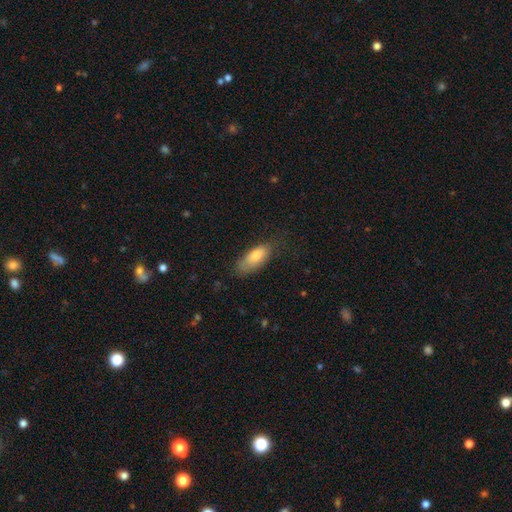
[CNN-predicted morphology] Smooth or featured?
  - smooth: 77% *
  - featured or disk: 17%
  - star or artifact: 7%
How rounded?
  - in between: 80% *
  - cigar-shaped: 18%
  - round: 2%
Merging?
  - none: 64% *
  - minor disturbance: 26%
  - major disturbance: 8%
  - merger: 2%